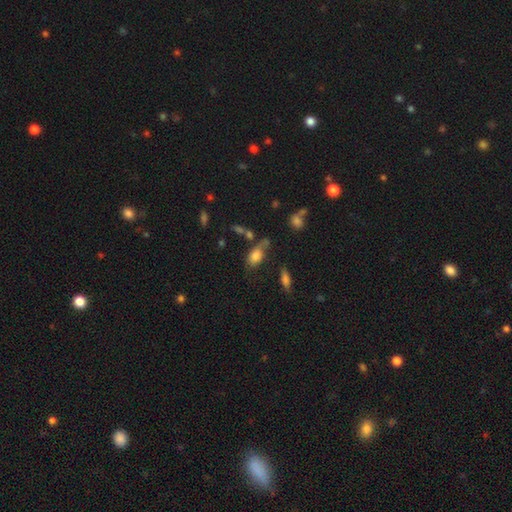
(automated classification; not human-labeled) Smooth or featured?
  - smooth: 79% *
  - featured or disk: 11%
  - star or artifact: 10%
How rounded?
  - in between: 88% *
  - round: 9%
  - cigar-shaped: 4%
Merging?
  - none: 45% *
  - minor disturbance: 26%
  - merger: 14%
  - major disturbance: 14%